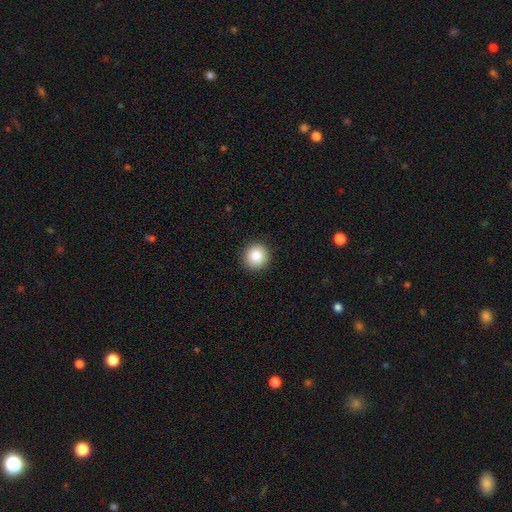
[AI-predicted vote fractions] A smooth galaxy with no disk features (85%) that is round (94%). Merging: none (92%).